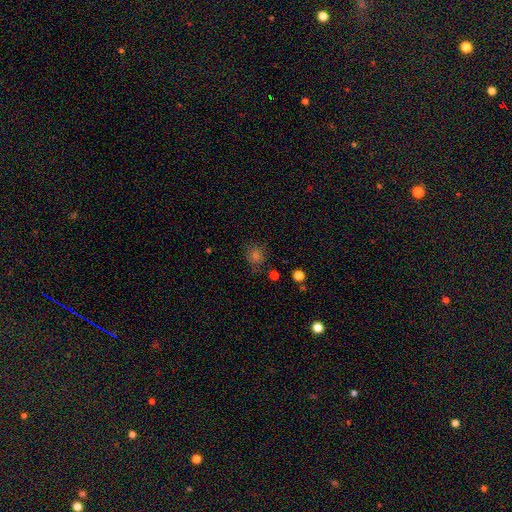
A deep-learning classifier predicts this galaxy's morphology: This is likely a smooth galaxy (61%). How rounded: clearly round (85%). Merging: likely none (80%).